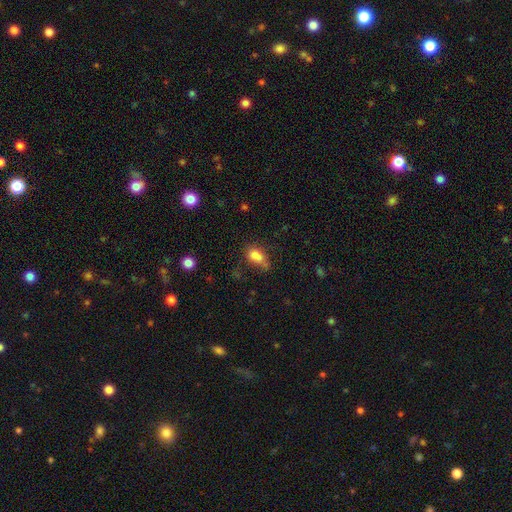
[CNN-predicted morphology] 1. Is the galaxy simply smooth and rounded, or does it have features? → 78% smooth, 11% star or artifact, 11% featured or disk.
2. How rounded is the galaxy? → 83% in between, 13% round, 4% cigar-shaped.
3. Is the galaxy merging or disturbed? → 37% none, 31% minor disturbance, 19% major disturbance, 13% merger.